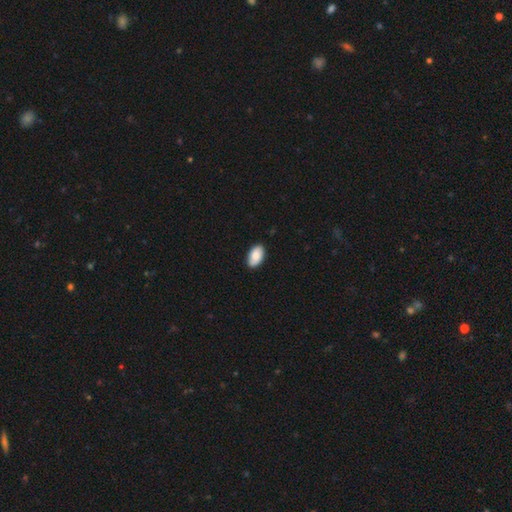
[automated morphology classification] This is clearly a smooth galaxy (83%). How rounded: clearly in between (95%). Merging: clearly none (86%).